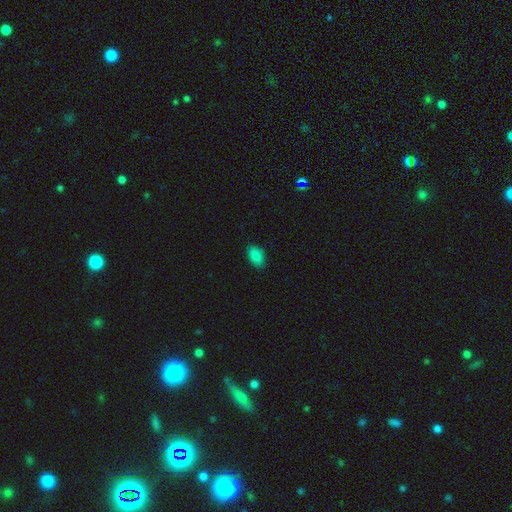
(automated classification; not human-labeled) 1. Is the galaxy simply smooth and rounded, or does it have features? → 87% smooth, 9% star or artifact, 4% featured or disk.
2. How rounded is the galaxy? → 91% in between, 7% round, 2% cigar-shaped.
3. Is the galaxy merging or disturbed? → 85% none, 12% minor disturbance, 2% major disturbance, 1% merger.